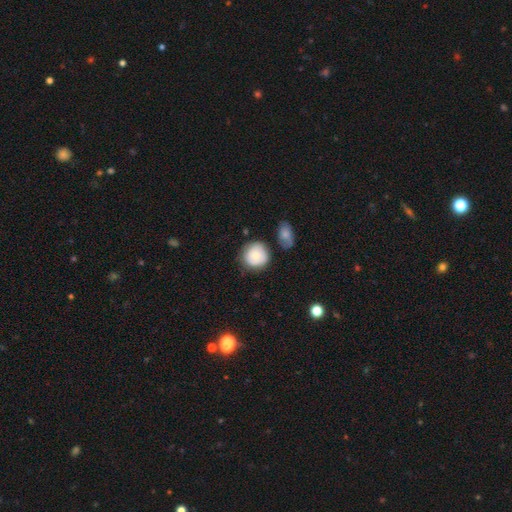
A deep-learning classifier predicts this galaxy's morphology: type=smooth (76%); roundness=round (87%); merging=none (67%).